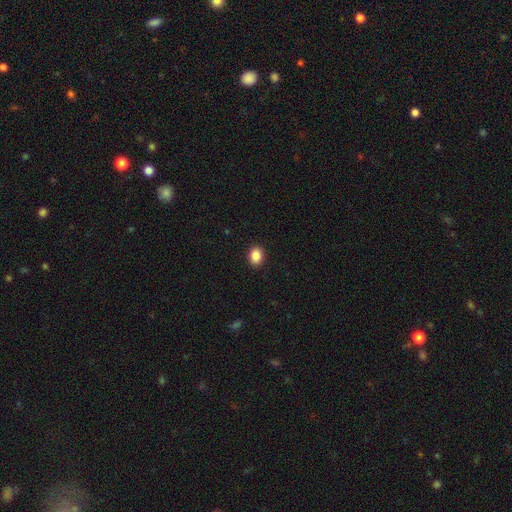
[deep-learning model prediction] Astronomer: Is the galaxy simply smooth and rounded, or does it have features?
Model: smooth — 88%.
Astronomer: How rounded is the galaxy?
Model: in between — 63%.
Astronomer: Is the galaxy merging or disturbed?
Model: none — 91%.